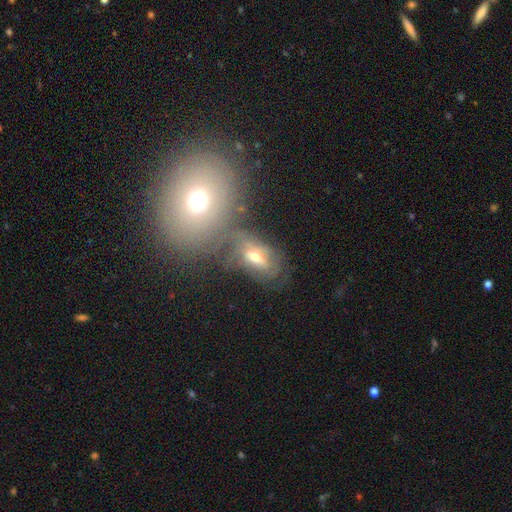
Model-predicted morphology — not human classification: Smooth or featured? Predicted: featured or disk (p=0.46). Merging? Predicted: none (p=0.39).